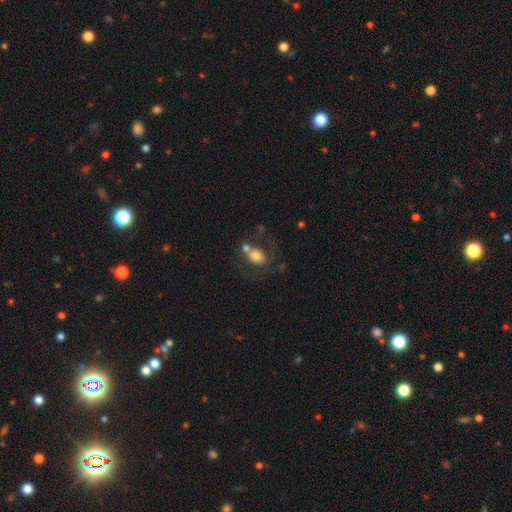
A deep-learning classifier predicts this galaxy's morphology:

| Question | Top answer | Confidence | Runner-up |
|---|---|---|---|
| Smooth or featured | smooth | 64% | featured or disk (26%) |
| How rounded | in between | 55% | round (43%) |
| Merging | none | 46% | merger (25%) |